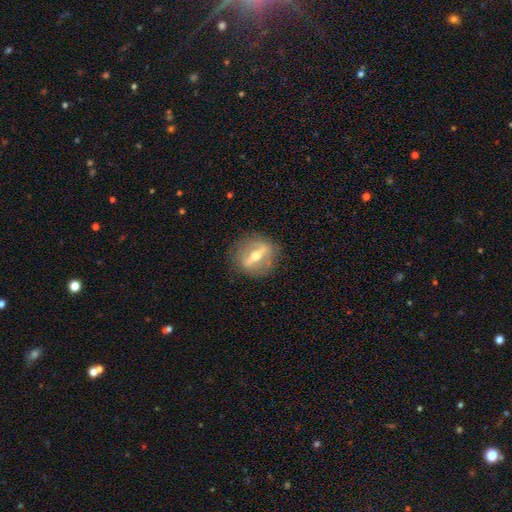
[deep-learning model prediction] A featured or disk galaxy (76%).

Vote fractions:
- Smooth or featured? featured or disk: 76% / smooth: 16% / star or artifact: 7%
- Edge-on disk? no: 61% / yes: 39%
- Merging? none: 83% / minor disturbance: 11% / major disturbance: 5% / merger: 1%